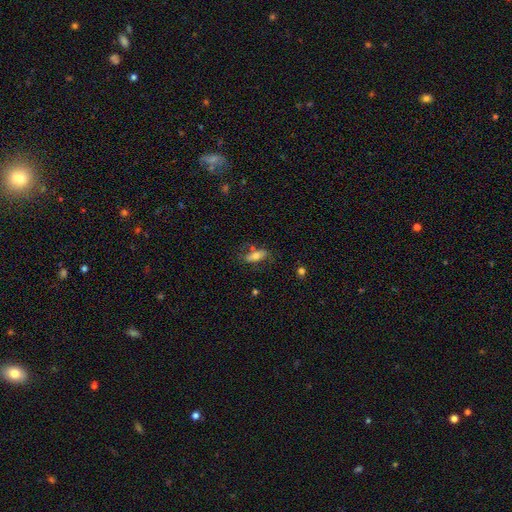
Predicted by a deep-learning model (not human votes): smooth_or_featured: smooth (p=0.57) [alt: featured or disk p=0.34]
how_rounded: in between (p=0.73) [alt: cigar-shaped p=0.23]
merging: none (p=0.60) [alt: minor disturbance p=0.23]